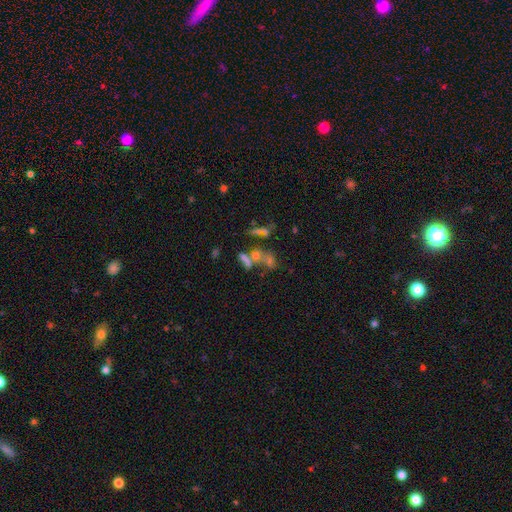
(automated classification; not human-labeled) Morphology: type=featured or disk (36%); merging=merger (43%).